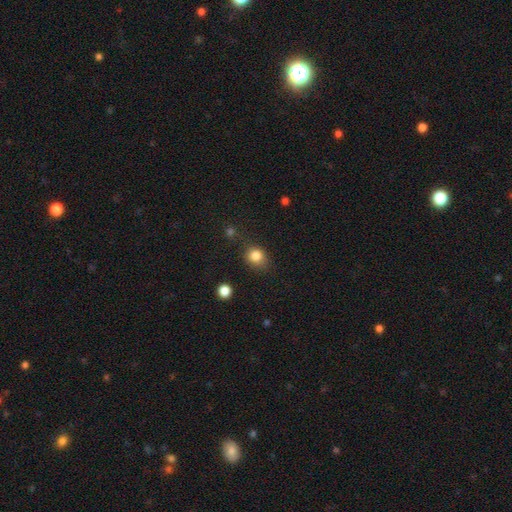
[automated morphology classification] smooth 83%, star or artifact 12%, featured or disk 6%. Down the decision tree: how rounded — round (71%); merging — none (76%).